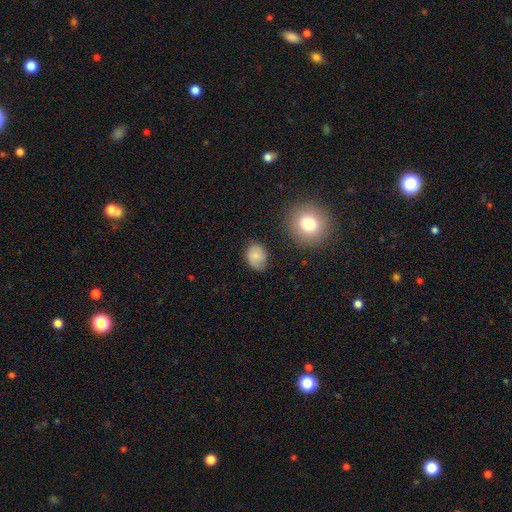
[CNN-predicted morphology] A smooth galaxy with no disk features (75%) that is in between round and cigar-shaped (60%). Merging: none (77%).